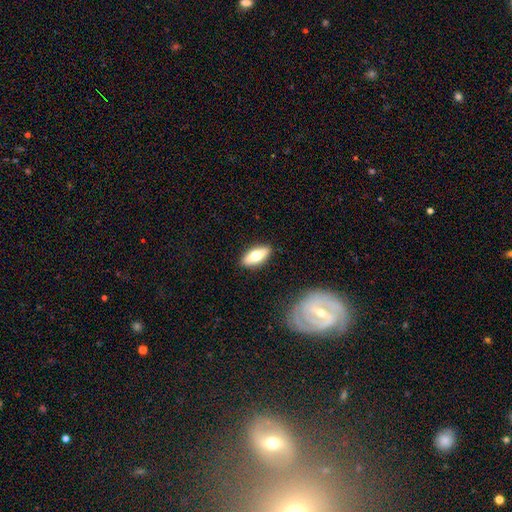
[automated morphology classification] The model was most divided on "smooth or featured": smooth: 62%, featured or disk: 32%, star or artifact: 7%. More confident: merging — none (88%); how rounded — in between (75%).